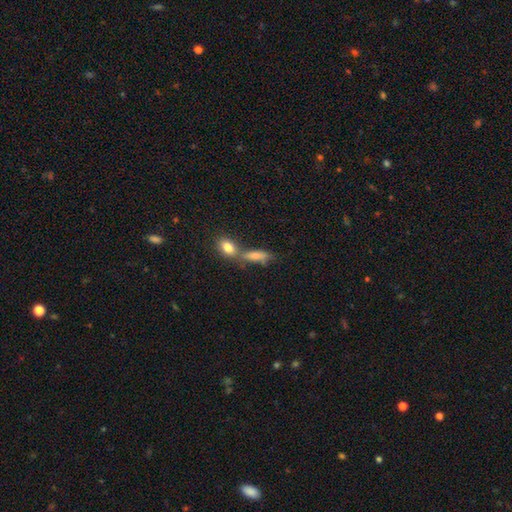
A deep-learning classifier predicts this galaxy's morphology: Smooth or featured?
  - smooth: 75% *
  - featured or disk: 15%
  - star or artifact: 10%
How rounded?
  - in between: 59% *
  - cigar-shaped: 35%
  - round: 6%
Merging?
  - merger: 42% *
  - none: 40%
  - minor disturbance: 12%
  - major disturbance: 6%